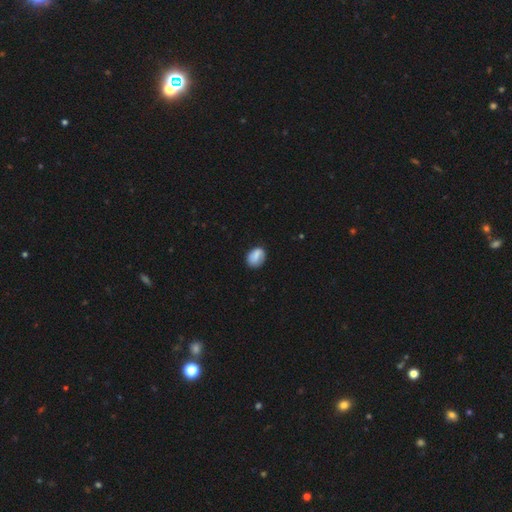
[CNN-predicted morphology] The model was most divided on "how rounded": in between: 68%, round: 30%, cigar-shaped: 2%. More confident: smooth or featured — smooth (78%); merging — none (76%).